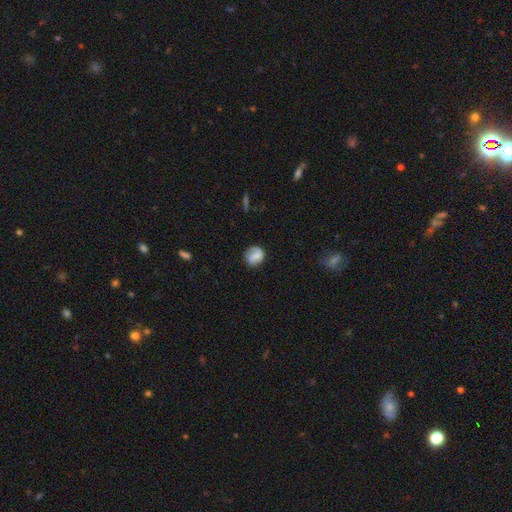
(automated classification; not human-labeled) Smooth or featured?
  - smooth: 57% *
  - featured or disk: 34%
  - star or artifact: 9%
How rounded?
  - round: 74% *
  - in between: 25%
  - cigar-shaped: 1%
Merging?
  - none: 71% *
  - minor disturbance: 20%
  - major disturbance: 7%
  - merger: 2%